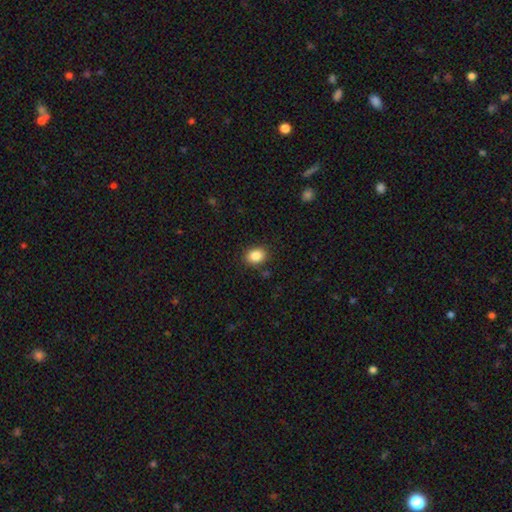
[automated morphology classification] Q: Smooth or featured?
A: smooth (86%); runner-up: star or artifact (9%)
Q: How rounded?
A: in between (56%); runner-up: round (43%)
Q: Merging?
A: none (86%); runner-up: minor disturbance (9%)